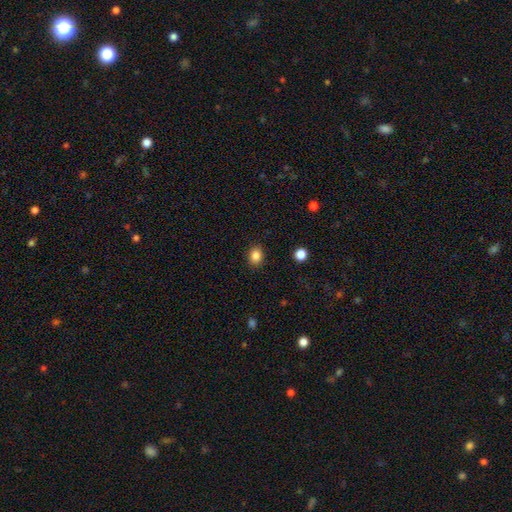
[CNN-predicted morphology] type=smooth (85%); roundness=round (58%); merging=none (89%).